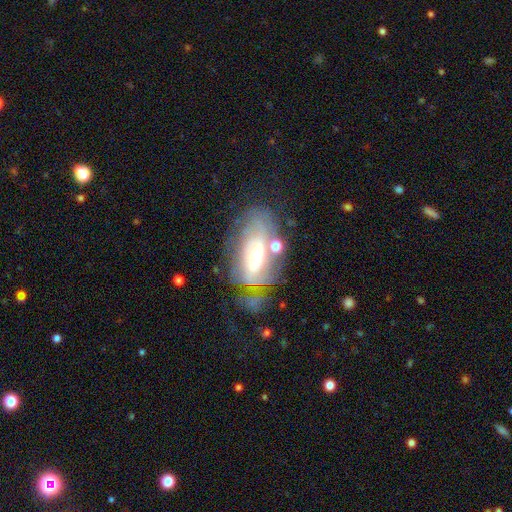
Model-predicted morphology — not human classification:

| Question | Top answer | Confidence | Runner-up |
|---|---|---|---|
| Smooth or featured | featured or disk | 63% | smooth (27%) |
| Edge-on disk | no | 87% | yes (13%) |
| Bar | no | 46% | weak (33%) |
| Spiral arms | yes | 64% | no (36%) |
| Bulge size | moderate | 47% | small (39%) |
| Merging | none | 48% | minor disturbance (22%) |